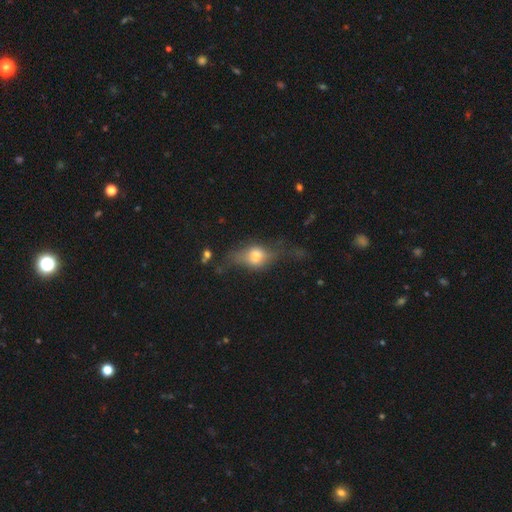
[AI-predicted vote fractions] This appears to be a smooth galaxy with no disk features (50%) that is in between round and cigar-shaped (64%). Merging: none (40%).